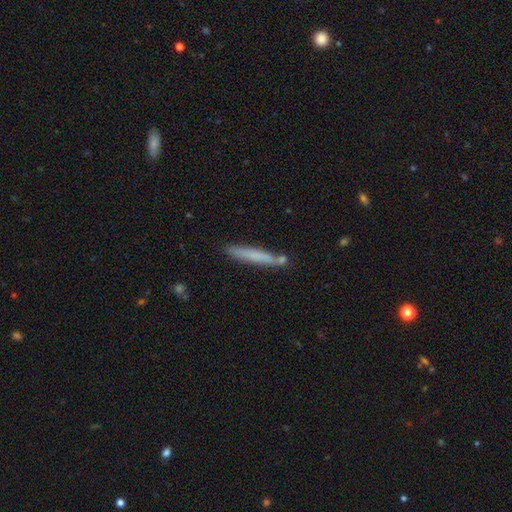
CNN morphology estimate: A smooth galaxy with no disk features (65%) that is cigar-shaped (96%).

Vote fractions:
- Smooth or featured? smooth: 65% / featured or disk: 28% / star or artifact: 6%
- How rounded? cigar-shaped: 96% / in between: 3% / round: 1%
- Merging? none: 80% / minor disturbance: 12% / merger: 6% / major disturbance: 2%